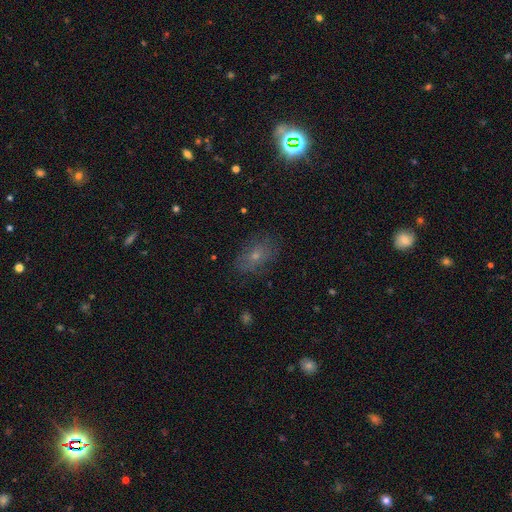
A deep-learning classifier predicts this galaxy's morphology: Smooth or featured? smooth (56%)
How rounded? in between (80%)
Merging? none (78%)